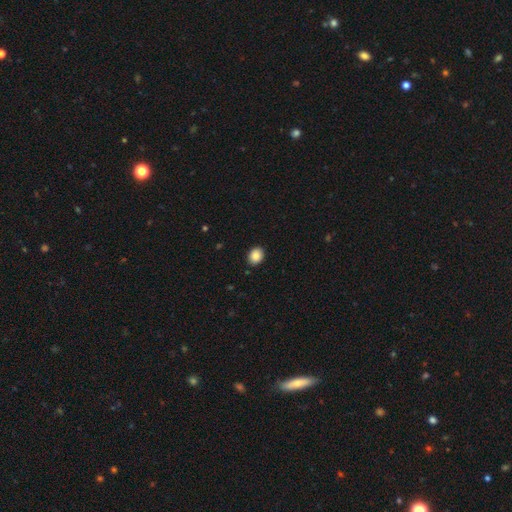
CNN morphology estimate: Smooth or featured? Predicted: smooth (p=0.86). How rounded? Predicted: round (p=0.55). Merging? Predicted: none (p=0.91).